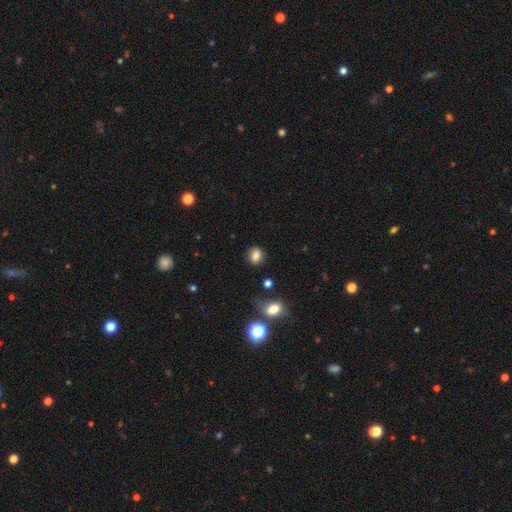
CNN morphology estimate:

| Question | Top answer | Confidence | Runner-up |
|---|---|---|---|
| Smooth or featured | smooth | 82% | star or artifact (11%) |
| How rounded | in between | 51% | round (47%) |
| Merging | none | 81% | minor disturbance (12%) |